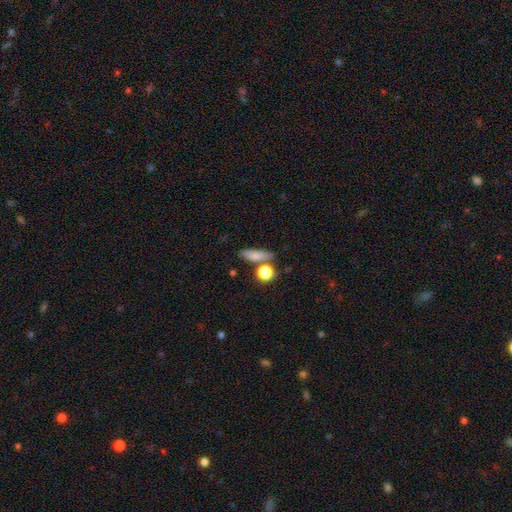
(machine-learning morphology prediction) smooth_or_featured: smooth (p=0.77) [alt: featured or disk p=0.12]
how_rounded: in between (p=0.42) [alt: cigar-shaped p=0.41]
merging: none (p=0.67) [alt: merger p=0.14]